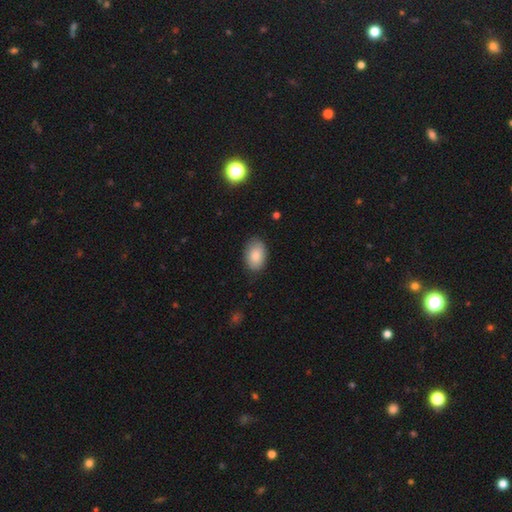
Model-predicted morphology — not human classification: A smooth galaxy with no disk features (85%) that is in between round and cigar-shaped (88%). Merging: none (82%).